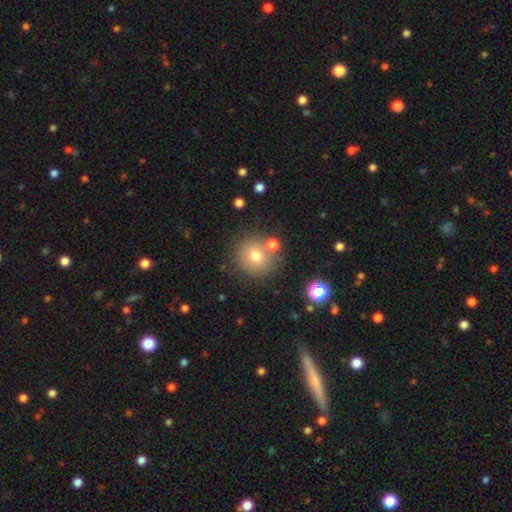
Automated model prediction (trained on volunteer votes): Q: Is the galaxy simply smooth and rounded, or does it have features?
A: smooth — 72%.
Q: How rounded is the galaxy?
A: round — 90%.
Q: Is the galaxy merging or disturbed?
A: none — 72%.